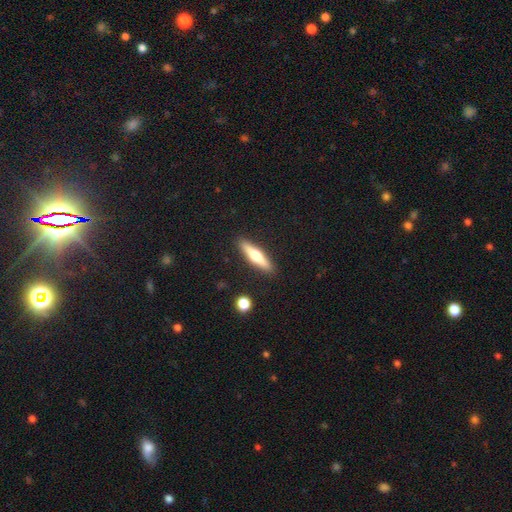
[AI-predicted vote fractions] smooth-or-featured: smooth: 49% | featured or disk: 45% | star or artifact: 6%
  merging: none: 90% | minor disturbance: 7% | major disturbance: 2% | merger: 2%